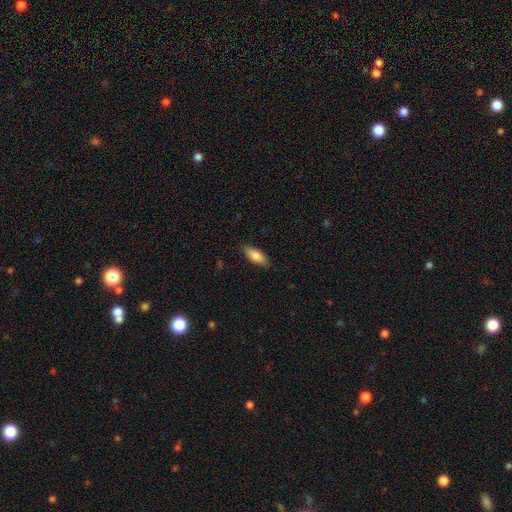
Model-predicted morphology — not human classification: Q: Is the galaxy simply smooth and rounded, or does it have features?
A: smooth — 79%.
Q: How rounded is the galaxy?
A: in between — 77%.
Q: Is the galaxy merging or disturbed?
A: none — 85%.